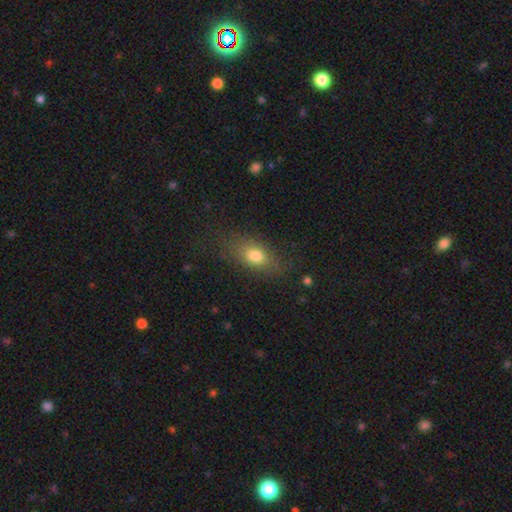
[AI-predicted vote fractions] A smooth galaxy with no disk features (76%) that is in between round and cigar-shaped (77%). Merging: none (71%).